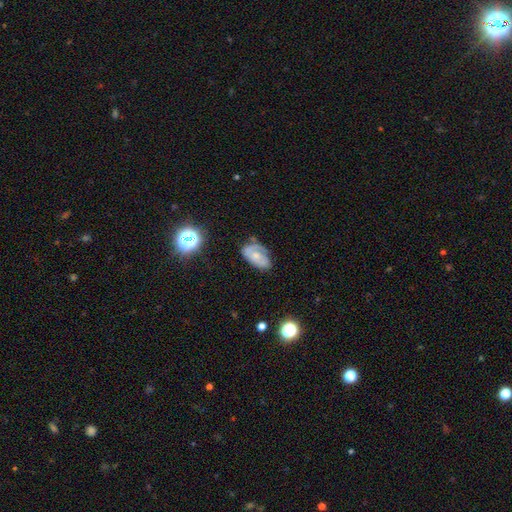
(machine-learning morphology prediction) smooth_or_featured: featured or disk (p=0.52) [alt: smooth p=0.38]
disk_edge_on: no (p=0.95) [alt: yes p=0.05]
merging: none (p=0.56) [alt: minor disturbance p=0.29]